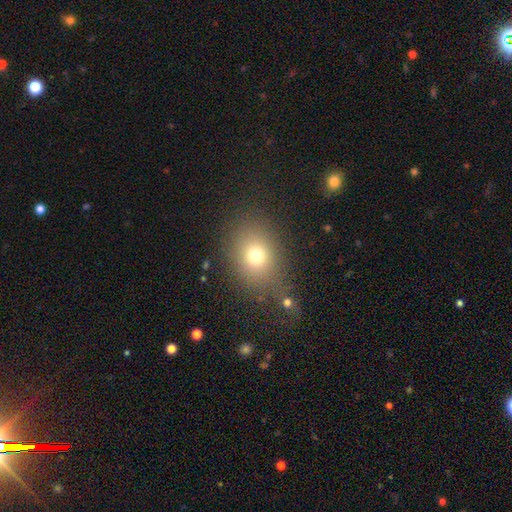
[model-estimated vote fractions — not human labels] Smooth or featured: smooth — 74% (star or artifact — 15%)
How rounded: round — 50% (in between — 48%)
Merging: none — 73% (minor disturbance — 12%)